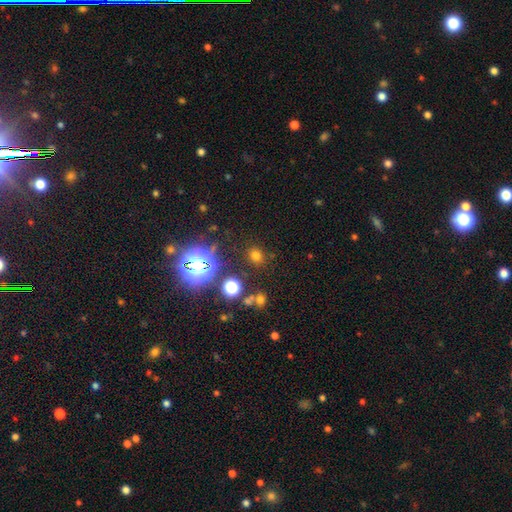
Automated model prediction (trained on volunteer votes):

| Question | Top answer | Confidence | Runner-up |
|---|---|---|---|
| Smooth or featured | smooth | 66% | star or artifact (28%) |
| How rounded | round | 75% | in between (24%) |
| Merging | none | 85% | minor disturbance (8%) |